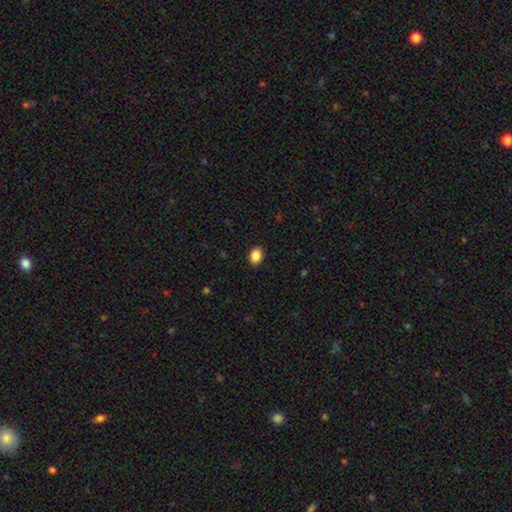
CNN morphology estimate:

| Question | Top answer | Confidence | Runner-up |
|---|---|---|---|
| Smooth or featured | smooth | 88% | star or artifact (9%) |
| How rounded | in between | 60% | round (39%) |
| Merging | none | 91% | minor disturbance (7%) |